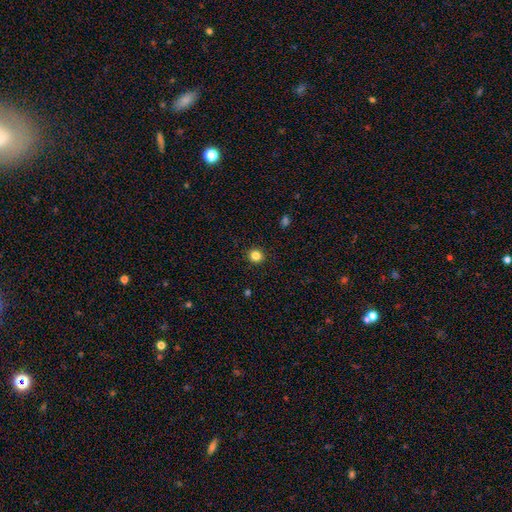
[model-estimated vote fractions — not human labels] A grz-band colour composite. It shows a smooth galaxy with no disk features (83%) that is round (90%). Merging: none (92%).